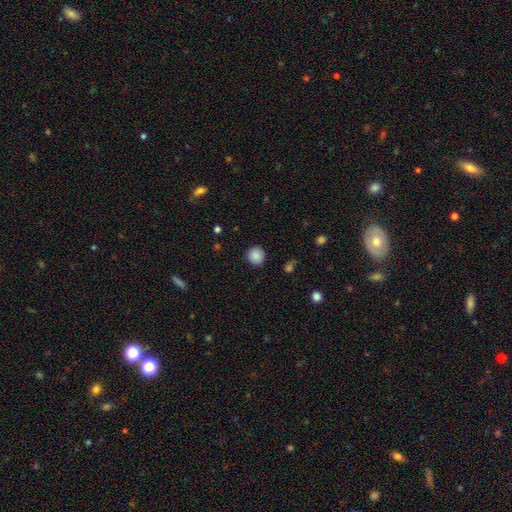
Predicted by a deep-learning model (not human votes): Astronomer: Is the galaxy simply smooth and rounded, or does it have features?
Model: smooth — 87%.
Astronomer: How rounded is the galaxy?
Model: round — 93%.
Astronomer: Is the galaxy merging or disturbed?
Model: none — 90%.